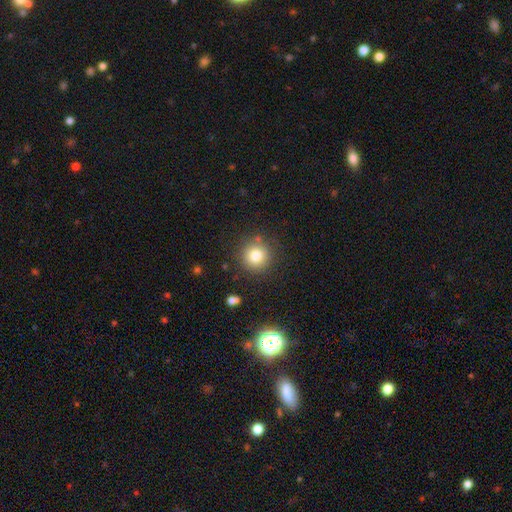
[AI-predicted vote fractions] Morphology: type=smooth (79%); roundness=round (94%); merging=none (86%).